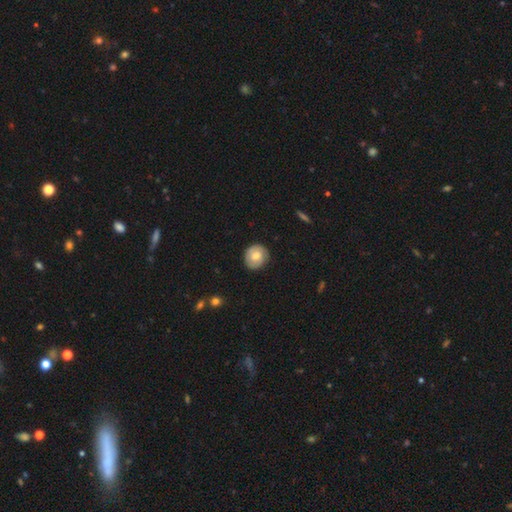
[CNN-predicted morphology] Smooth or featured? Predicted: smooth (p=0.65). How rounded? Predicted: round (p=0.83). Merging? Predicted: none (p=0.84).